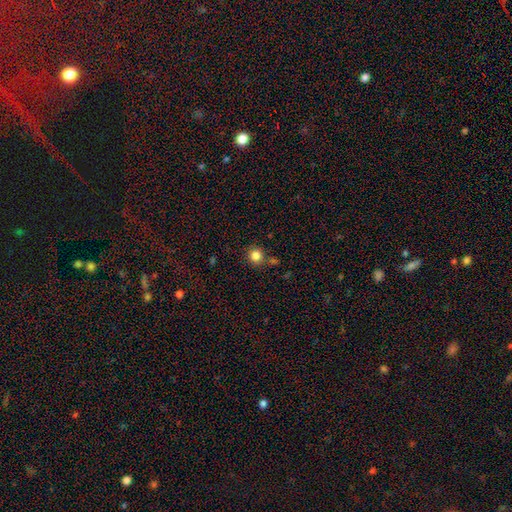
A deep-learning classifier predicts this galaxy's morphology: type=smooth (83%); roundness=round (90%); merging=none (79%).